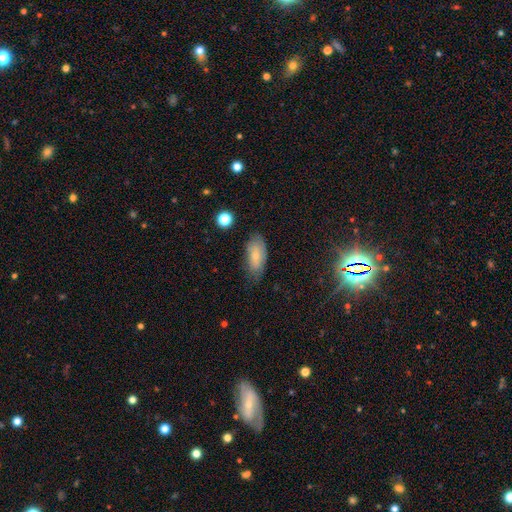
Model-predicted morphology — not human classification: Smooth or featured?
  - smooth: 67% *
  - featured or disk: 25%
  - star or artifact: 9%
How rounded?
  - in between: 87% *
  - cigar-shaped: 10%
  - round: 3%
Merging?
  - none: 68% *
  - minor disturbance: 25%
  - major disturbance: 6%
  - merger: 2%